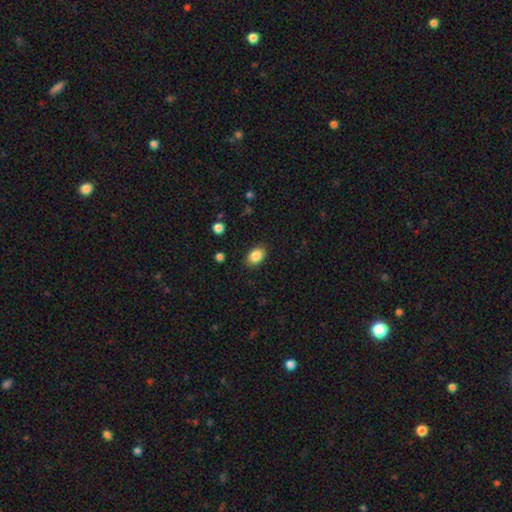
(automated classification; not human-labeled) Overall: smooth (86%). How rounded: in between (79%). Merging: none (88%).